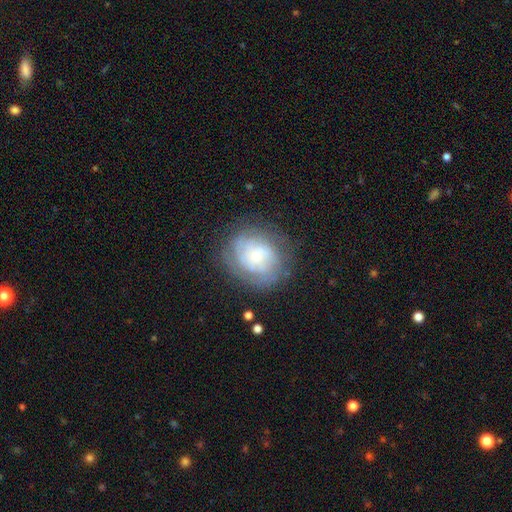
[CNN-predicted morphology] A featured or disk galaxy (55%) with no bar (77%), spiral arms (76%) and a small central bulge (53%).

Vote fractions:
- Smooth or featured? featured or disk: 55% / smooth: 35% / star or artifact: 10%
- Edge-on disk? no: 97% / yes: 3%
- Bar? no: 77% / weak: 20% / strong: 4%
- Spiral arms? yes: 76% / no: 24%
- Bulge size? small: 53% / moderate: 28% / large: 10% / none: 7% / dominant: 2%
- Merging? none: 72% / minor disturbance: 18% / major disturbance: 9% / merger: 2%